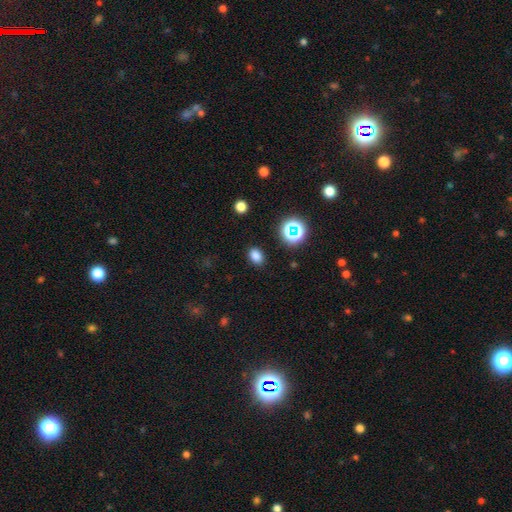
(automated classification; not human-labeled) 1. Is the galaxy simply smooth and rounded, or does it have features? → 78% smooth, 17% star or artifact, 5% featured or disk.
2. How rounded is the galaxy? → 77% in between, 21% round, 1% cigar-shaped.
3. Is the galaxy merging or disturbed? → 87% none, 9% minor disturbance, 3% major disturbance, 2% merger.